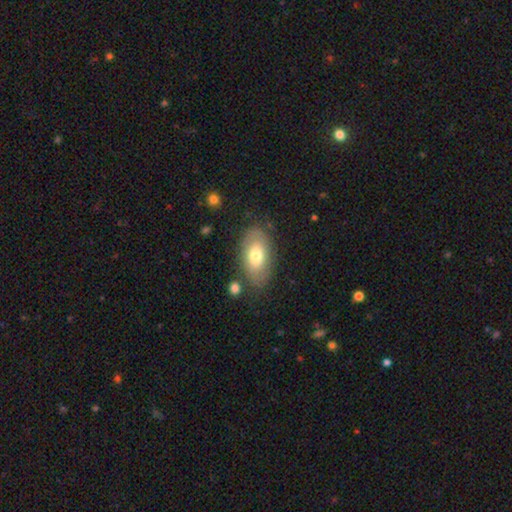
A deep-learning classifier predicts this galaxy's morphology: smooth-or-featured: smooth: 67% | featured or disk: 26% | star or artifact: 7%
  how-rounded: in between: 92% | round: 6% | cigar-shaped: 2%
  merging: none: 77% | minor disturbance: 15% | major disturbance: 5% | merger: 3%